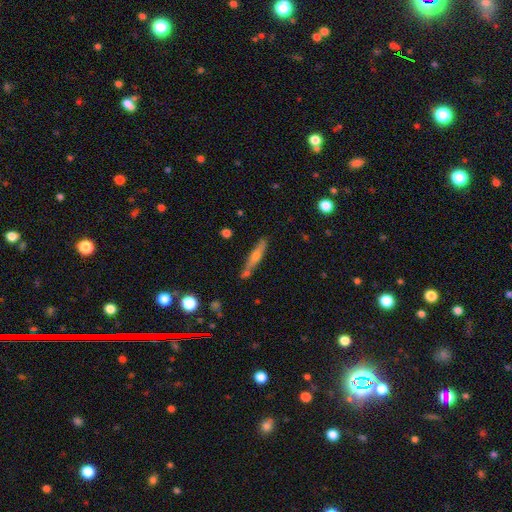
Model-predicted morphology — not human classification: Smooth or featured: featured or disk — 52% (smooth — 39%)
Edge-on disk: yes — 89% (no — 11%)
Merging: none — 76% (minor disturbance — 14%)